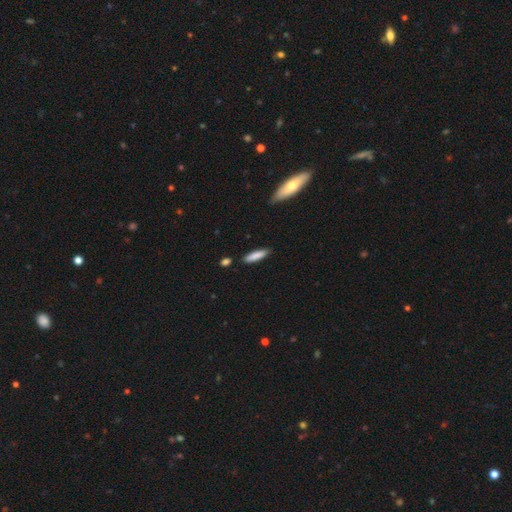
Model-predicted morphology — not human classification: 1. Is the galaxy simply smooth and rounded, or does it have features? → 83% smooth, 11% featured or disk, 6% star or artifact.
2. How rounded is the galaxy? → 71% cigar-shaped, 27% in between, 1% round.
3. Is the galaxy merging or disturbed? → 85% none, 10% minor disturbance, 3% merger, 2% major disturbance.